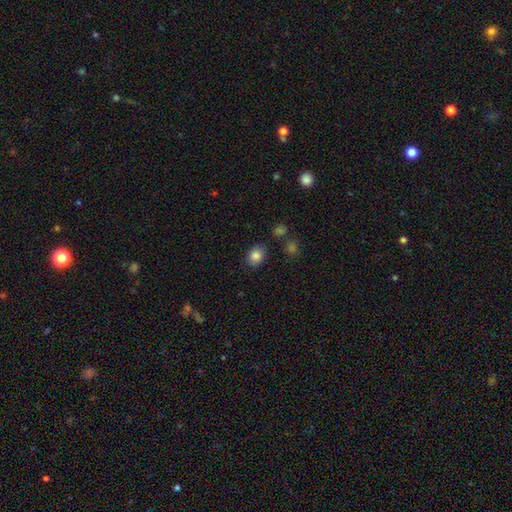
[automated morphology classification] This appears to be a smooth galaxy with no disk features (85%) that is round (53%). Merging: none (84%).